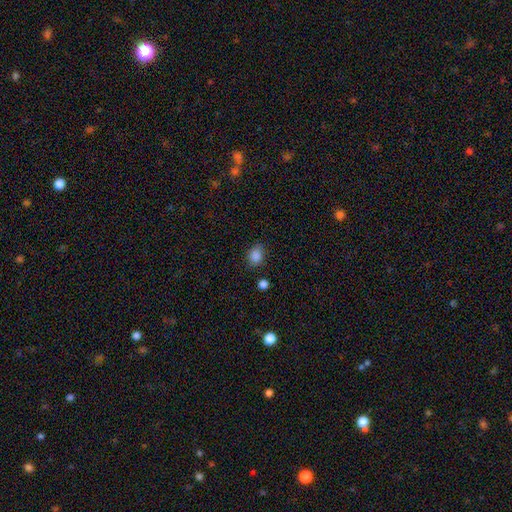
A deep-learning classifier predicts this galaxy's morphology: A smooth galaxy with no disk features (86%) that is in between round and cigar-shaped (54%).

Vote fractions:
- Smooth or featured? smooth: 86% / star or artifact: 10% / featured or disk: 4%
- How rounded? in between: 54% / round: 45% / cigar-shaped: 1%
- Merging? none: 76% / minor disturbance: 17% / major disturbance: 4% / merger: 3%